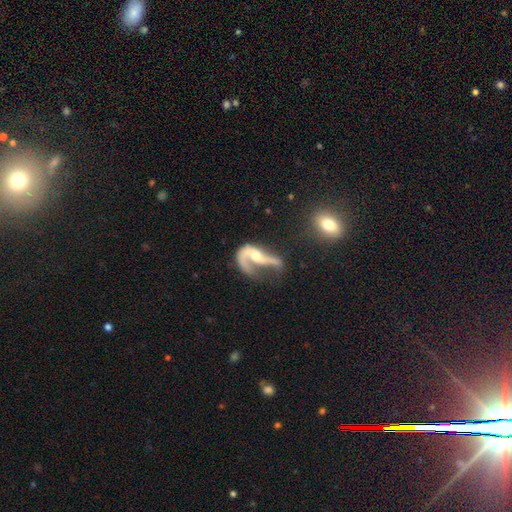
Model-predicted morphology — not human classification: The model was most divided on "spiral arm count": 2: 56%, 1: 37%, can't tell: 4%, 3: 1%, 4: 1%, more than 4: 1%. Remaining: edge-on disk — no (94%); spiral arms — yes (87%); smooth or featured — featured or disk (81%); spiral winding — loose (67%); bulge size — moderate (59%); bar — no (52%); merging — major disturbance (47%).